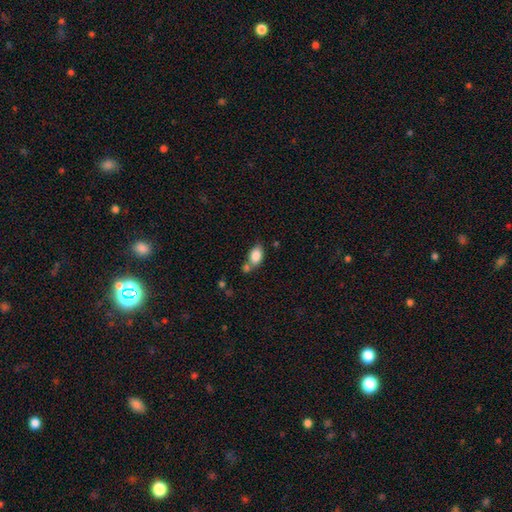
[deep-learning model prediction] Smooth or featured? smooth (84%)
How rounded? in between (87%)
Merging? none (48%)